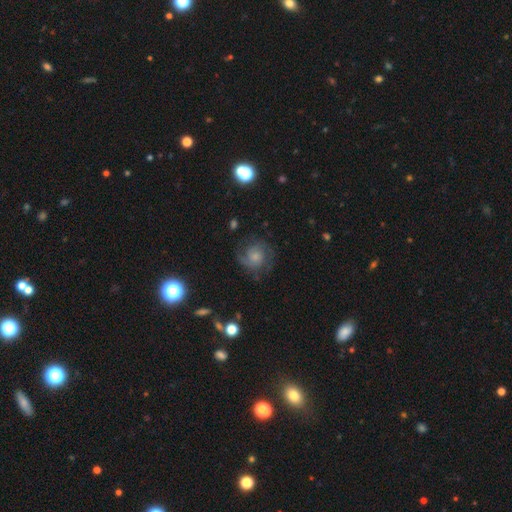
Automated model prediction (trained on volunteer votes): This appears to be a featured or disk galaxy (69%) with no bar (72%), 2 (50%) tight (51%) spiral arms (94%) and a small central bulge (42%). Merging: none (77%).